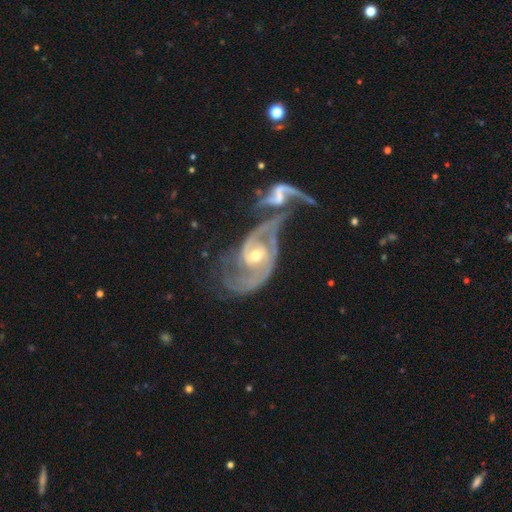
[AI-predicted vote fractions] Smooth or featured? featured or disk (90%)
Edge-on disk? no (97%)
Bar? no (49%)
Spiral arms? yes (95%)
Spiral winding? medium (44%)
Spiral arm count? 2 (78%)
Bulge size? moderate (58%)
Merging? merger (65%)